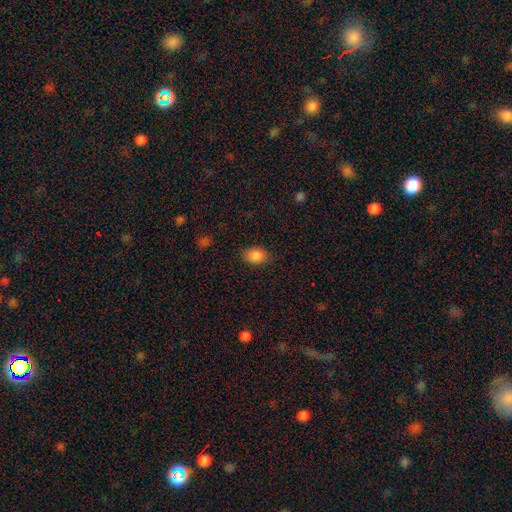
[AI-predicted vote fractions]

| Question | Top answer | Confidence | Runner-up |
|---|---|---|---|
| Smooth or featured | smooth | 87% | star or artifact (9%) |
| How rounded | in between | 79% | round (20%) |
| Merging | none | 84% | minor disturbance (12%) |